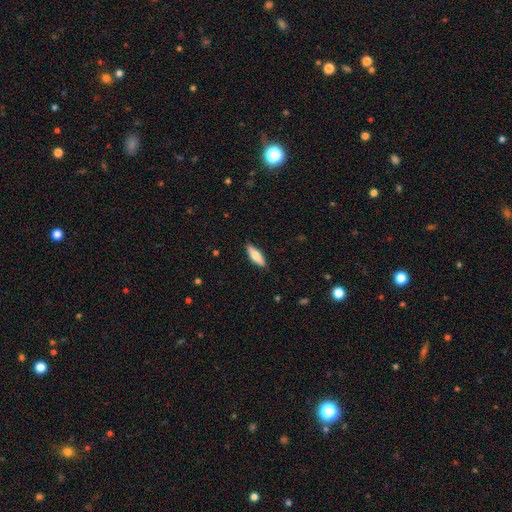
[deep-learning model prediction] smooth_or_featured: smooth (p=0.67) [alt: featured or disk p=0.28]
how_rounded: cigar-shaped (p=0.49) [tied with: in between p=0.49]
merging: none (p=0.89) [alt: minor disturbance p=0.09]